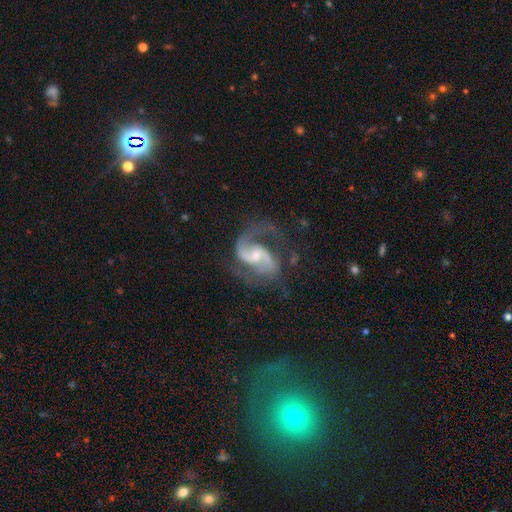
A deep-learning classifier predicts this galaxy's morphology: Overall: featured or disk (90%). Edge-on disk: no (98%). Bar: weak (49%; no 35%). Spiral arms: yes (97%). Spiral arm count: 2 (85%). Spiral winding: medium (54%; loose 35%). Bulge size: small (56%; moderate 36%). Merging: none (60%).